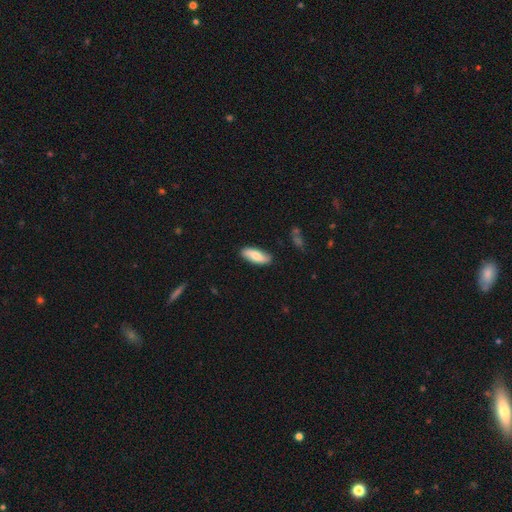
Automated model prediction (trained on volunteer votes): smooth 72%, featured or disk 22%, star or artifact 6%. Down the decision tree: how rounded — in between (69%); merging — none (86%).